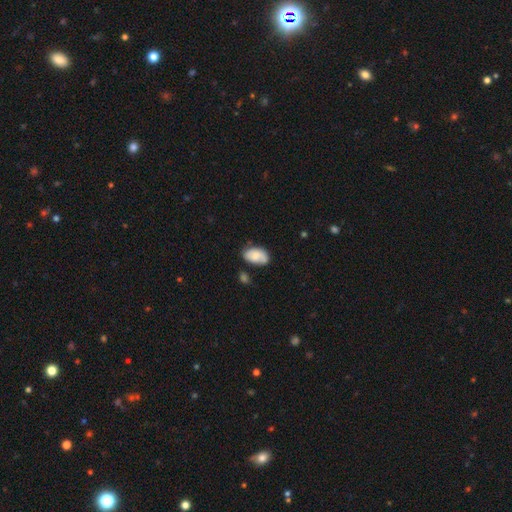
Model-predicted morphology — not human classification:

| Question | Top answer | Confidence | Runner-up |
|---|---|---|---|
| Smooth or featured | smooth | 72% | featured or disk (20%) |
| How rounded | in between | 93% | round (6%) |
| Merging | none | 57% | minor disturbance (29%) |